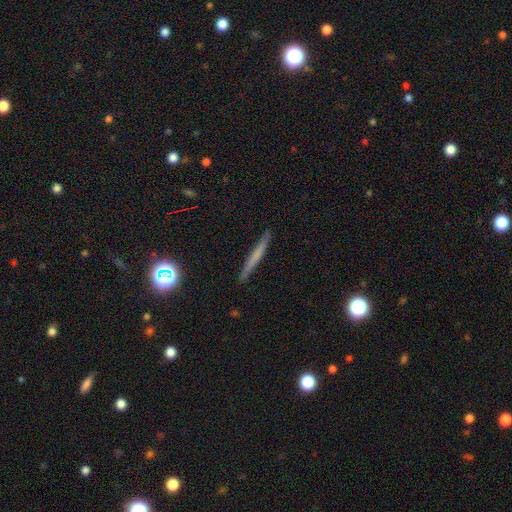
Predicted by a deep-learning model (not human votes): smooth 50%, featured or disk 41%, star or artifact 9%. Down the decision tree: how rounded — cigar-shaped (95%); merging — none (89%).